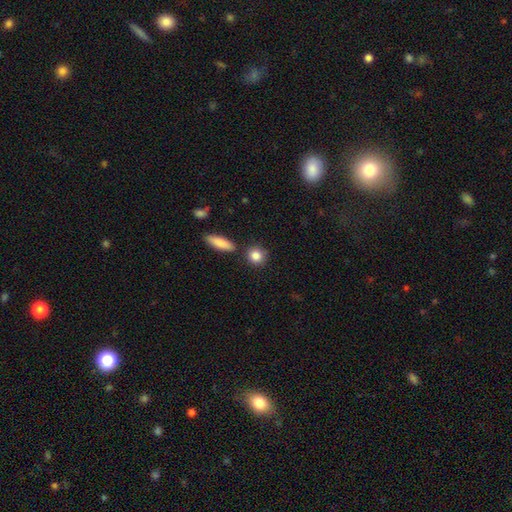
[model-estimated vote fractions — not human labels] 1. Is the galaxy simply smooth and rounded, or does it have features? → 86% smooth, 8% star or artifact, 6% featured or disk.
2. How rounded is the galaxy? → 78% round, 19% in between, 3% cigar-shaped.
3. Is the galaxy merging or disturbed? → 80% none, 10% minor disturbance, 7% merger, 3% major disturbance.